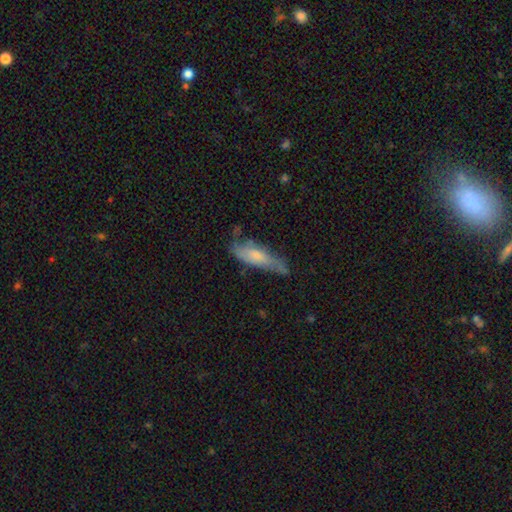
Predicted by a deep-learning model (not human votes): smooth 60%, featured or disk 34%, star or artifact 6%. Down the decision tree: how rounded — cigar-shaped (59%); merging — none (50%).